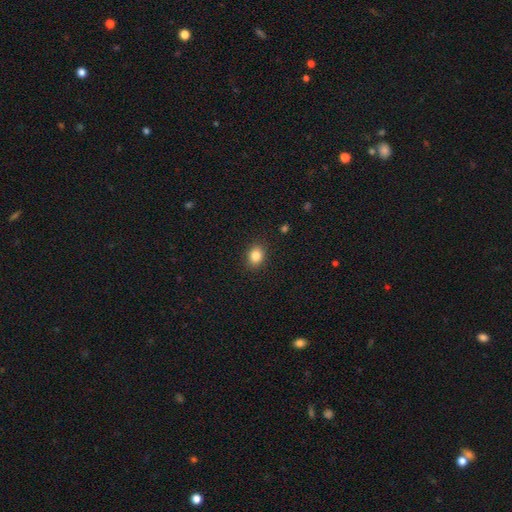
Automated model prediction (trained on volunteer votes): Smooth or featured: smooth — 84% (star or artifact — 10%)
How rounded: in between — 51% (round — 48%)
Merging: none — 89% (minor disturbance — 8%)